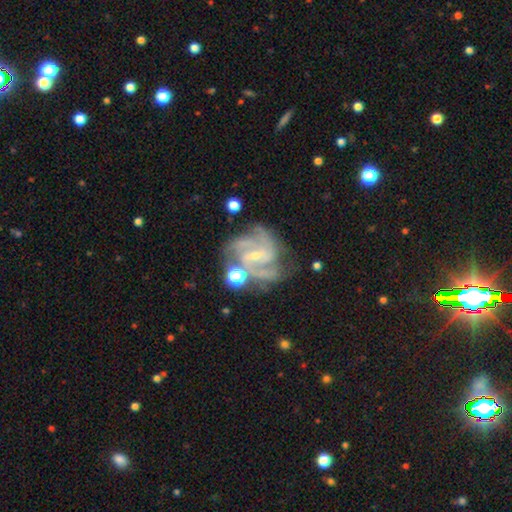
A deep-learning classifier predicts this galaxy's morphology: A featured or disk galaxy (88%) with a weak bar (44%), 3 (41%) medium (49%) spiral arms (97%) and a small central bulge (75%). Merging: none (63%).